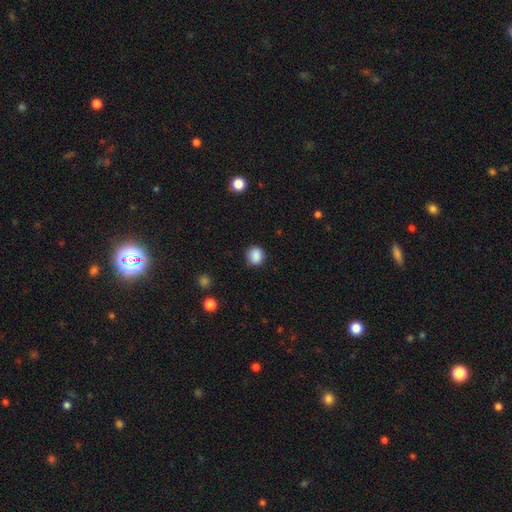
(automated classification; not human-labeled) This is clearly a smooth galaxy (88%). How rounded: likely round (79%). Merging: clearly none (83%).